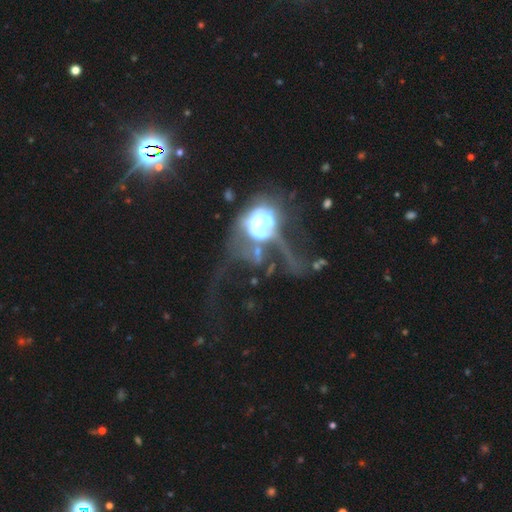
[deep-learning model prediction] Overall: featured or disk (44%; star or artifact 37%). Merging: major disturbance (48%; merger 25%).